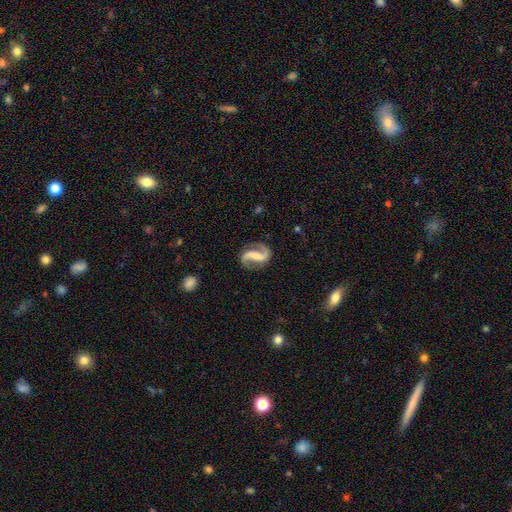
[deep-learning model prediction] Morphology: type=featured or disk (91%); edge-on=no (98%); bar=strong (45%); spiral arms=yes (98%); winding=medium (45%); arm count=2 (94%); bulge=small (36%); merging=none (81%).